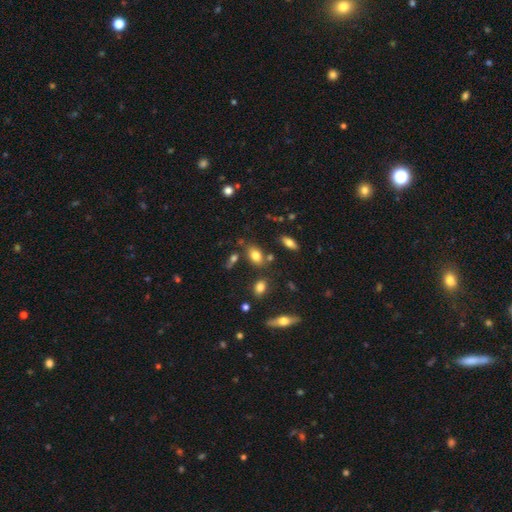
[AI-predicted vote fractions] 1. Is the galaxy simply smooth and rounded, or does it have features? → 79% smooth, 11% star or artifact, 10% featured or disk.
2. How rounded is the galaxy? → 86% in between, 12% round, 3% cigar-shaped.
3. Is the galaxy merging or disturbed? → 74% none, 13% minor disturbance, 9% merger, 4% major disturbance.